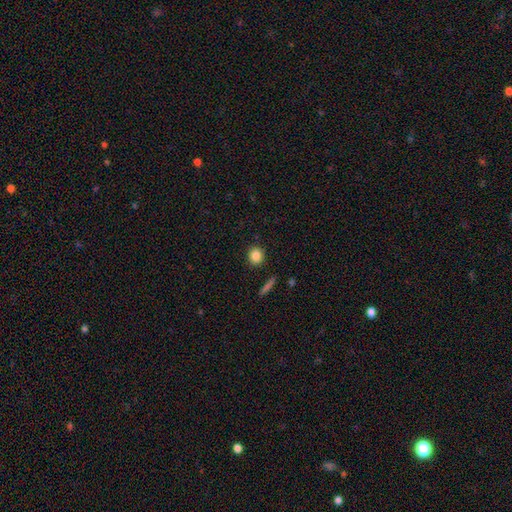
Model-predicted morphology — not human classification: Smooth or featured? Predicted: smooth (p=0.85). How rounded? Predicted: round (p=0.82). Merging? Predicted: none (p=0.90).